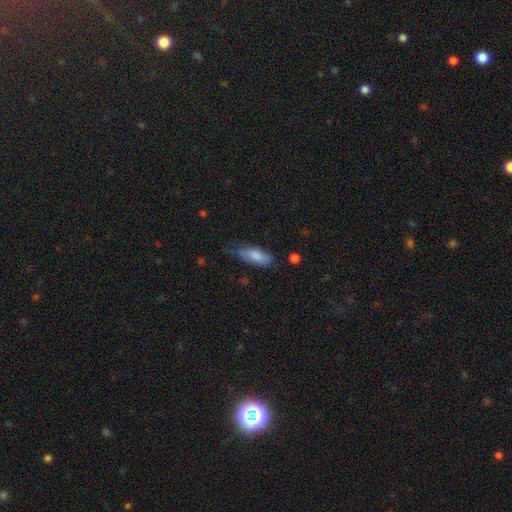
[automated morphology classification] A smooth galaxy with no disk features (79%) that is in between round and cigar-shaped (64%). Merging: none (64%).